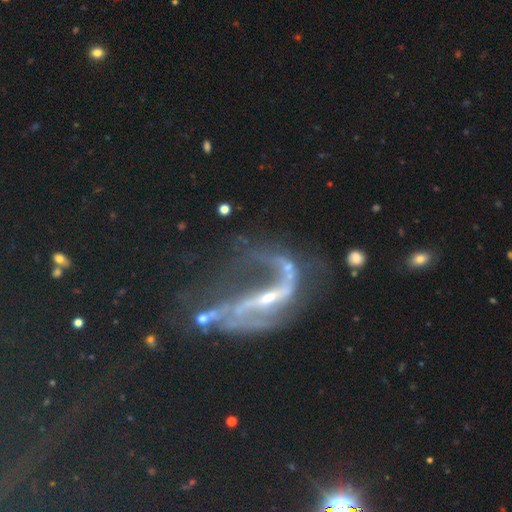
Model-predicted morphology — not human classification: Smooth or featured?
  - featured or disk: 80% *
  - star or artifact: 14%
  - smooth: 7%
Edge-on disk?
  - no: 91% *
  - yes: 9%
Bar?
  - strong: 39% *
  - weak: 32%
  - no: 29%
Spiral arms?
  - yes: 86% *
  - no: 14%
Spiral winding?
  - loose: 73% *
  - medium: 19%
  - tight: 8%
Spiral arm count?
  - 2: 72% *
  - 1: 15%
  - can't tell: 7%
  - 3: 3%
  - 4: 2%
  - more than 4: 2%
Bulge size?
  - small: 73% *
  - moderate: 18%
  - none: 7%
  - large: 2%
  - dominant: 1%
Merging?
  - major disturbance: 39% *
  - none: 32%
  - minor disturbance: 17%
  - merger: 11%